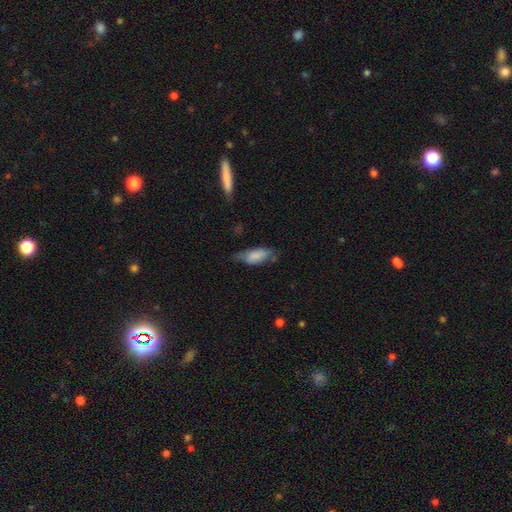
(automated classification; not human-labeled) Morphology: type=smooth (78%); roundness=in between (77%); merging=none (50%).